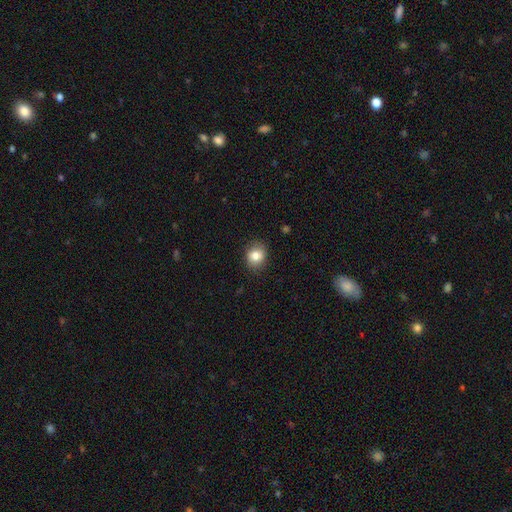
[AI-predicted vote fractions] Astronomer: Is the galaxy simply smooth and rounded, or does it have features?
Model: smooth — 82%.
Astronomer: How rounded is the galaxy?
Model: round — 64%.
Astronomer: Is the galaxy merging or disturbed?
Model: none — 84%.